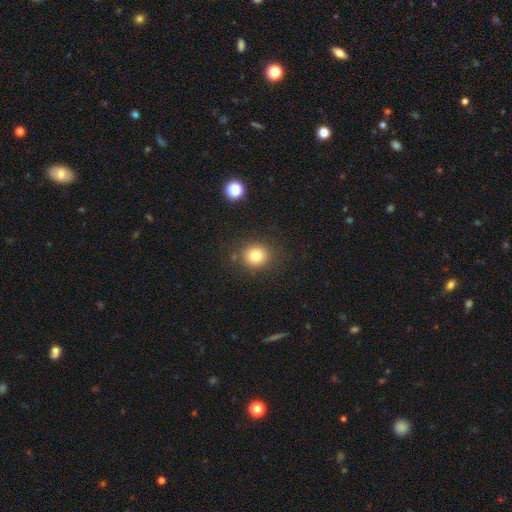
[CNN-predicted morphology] The model was most divided on "smooth or featured": smooth: 79%, star or artifact: 13%, featured or disk: 8%. More confident: how rounded — round (85%); merging — none (85%).